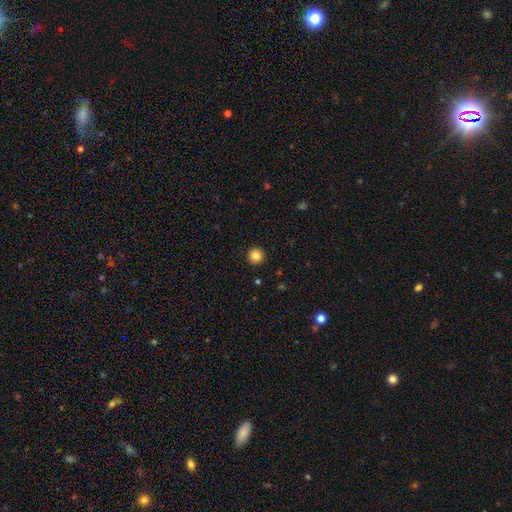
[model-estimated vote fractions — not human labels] Morphology: type=smooth (84%); roundness=round (96%); merging=none (93%).